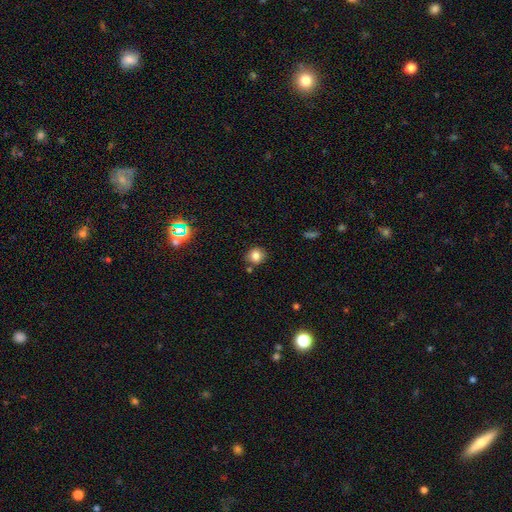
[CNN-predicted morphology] This is clearly a smooth galaxy (81%). How rounded: clearly round (82%). Merging: likely none (77%).